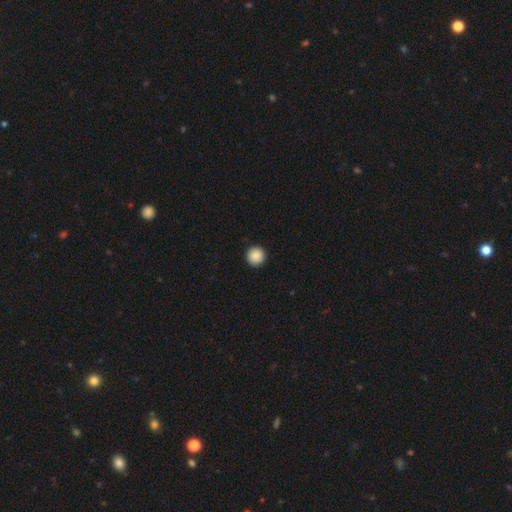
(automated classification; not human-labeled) smooth 89%, star or artifact 8%, featured or disk 3%. Down the decision tree: how rounded — round (96%); merging — none (93%).